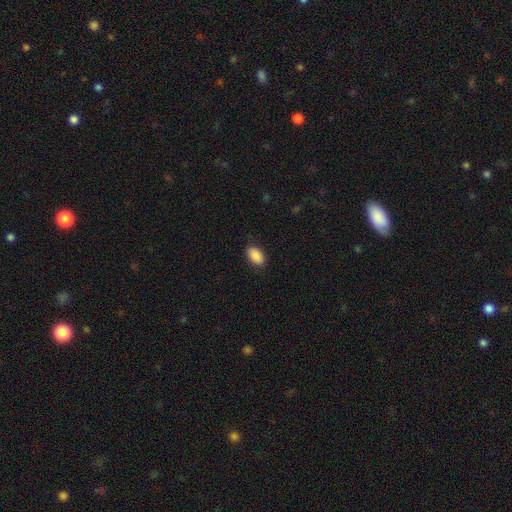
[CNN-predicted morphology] Q: Smooth or featured?
A: smooth (90%); runner-up: star or artifact (7%)
Q: How rounded?
A: in between (91%); runner-up: round (8%)
Q: Merging?
A: none (86%); runner-up: minor disturbance (11%)